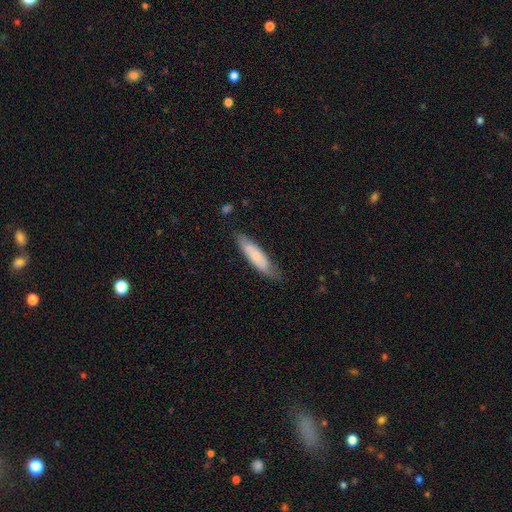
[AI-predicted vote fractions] smooth_or_featured: smooth (p=0.63) [alt: featured or disk p=0.31]
how_rounded: cigar-shaped (p=0.67) [alt: in between p=0.32]
merging: none (p=0.72) [alt: minor disturbance p=0.21]